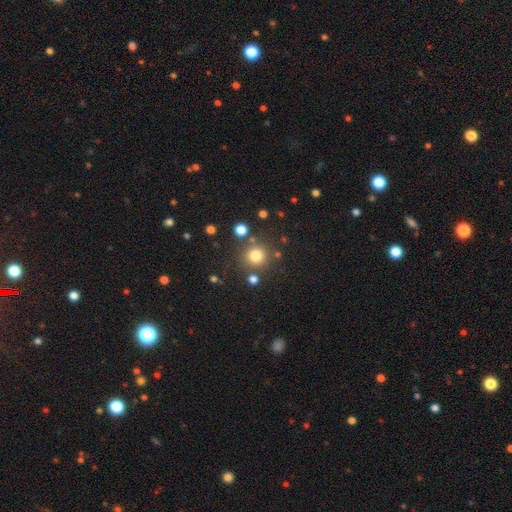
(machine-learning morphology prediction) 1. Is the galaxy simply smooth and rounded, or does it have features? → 78% smooth, 15% star or artifact, 7% featured or disk.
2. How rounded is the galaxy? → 93% round, 6% in between, 1% cigar-shaped.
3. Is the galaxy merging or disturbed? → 82% none, 8% minor disturbance, 6% merger, 4% major disturbance.